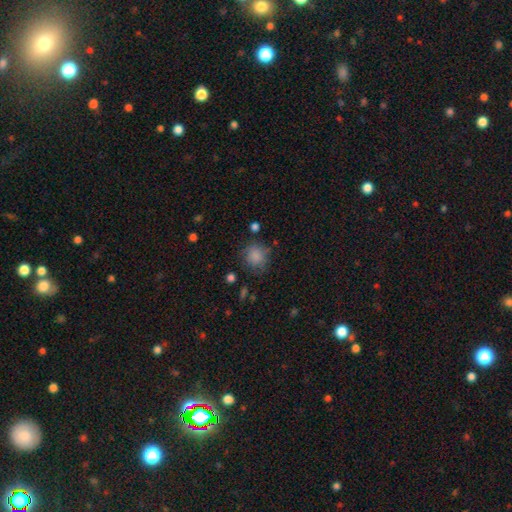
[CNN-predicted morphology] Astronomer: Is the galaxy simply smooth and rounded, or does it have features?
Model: smooth — 82%.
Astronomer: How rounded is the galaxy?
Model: round — 79%.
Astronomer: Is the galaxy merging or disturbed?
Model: none — 71%.